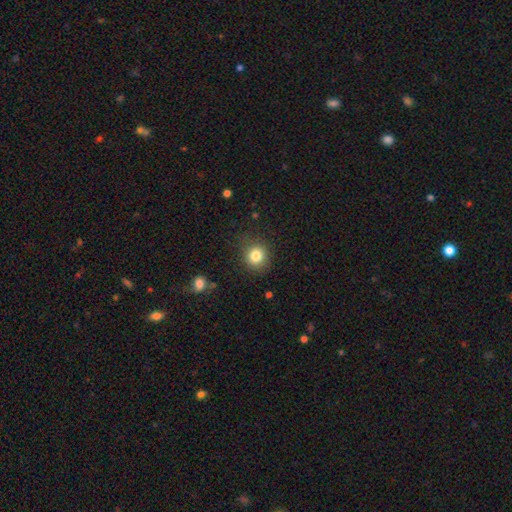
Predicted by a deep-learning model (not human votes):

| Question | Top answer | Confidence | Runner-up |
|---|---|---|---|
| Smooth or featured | smooth | 82% | star or artifact (11%) |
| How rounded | round | 83% | in between (16%) |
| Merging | none | 84% | minor disturbance (11%) |